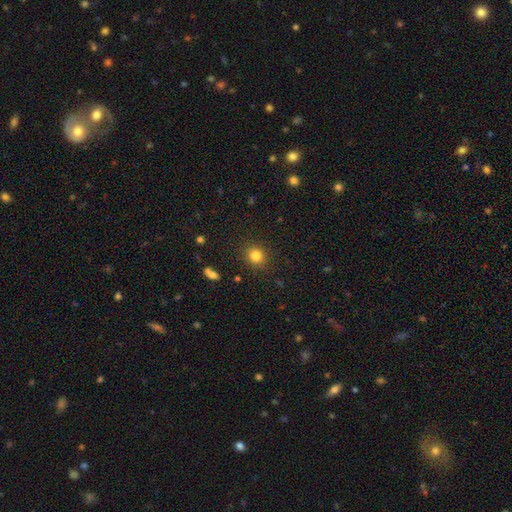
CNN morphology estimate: This appears to be a smooth galaxy with no disk features (82%) that is round (83%). Merging: none (89%).